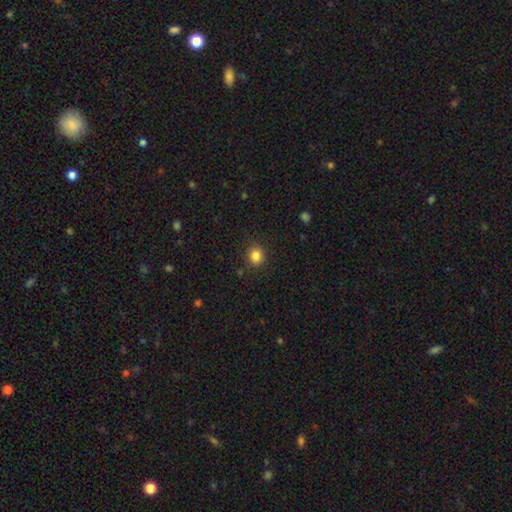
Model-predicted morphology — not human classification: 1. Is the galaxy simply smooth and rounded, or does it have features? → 84% smooth, 11% star or artifact, 5% featured or disk.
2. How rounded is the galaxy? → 85% round, 14% in between, 1% cigar-shaped.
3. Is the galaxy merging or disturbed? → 87% none, 9% minor disturbance, 3% major disturbance, 1% merger.